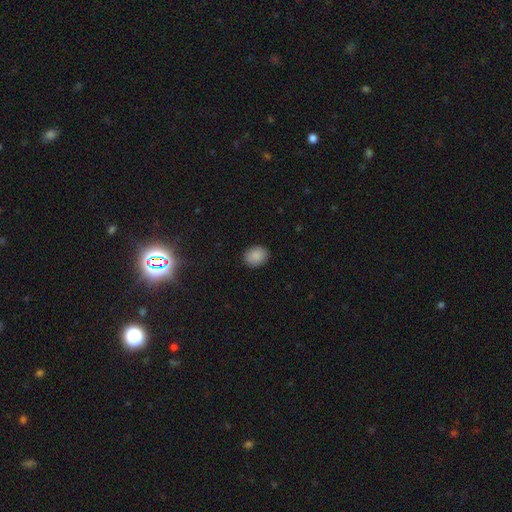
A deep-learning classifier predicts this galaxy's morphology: Overall: smooth (88%). How rounded: in between (56%; round 43%). Merging: none (88%).